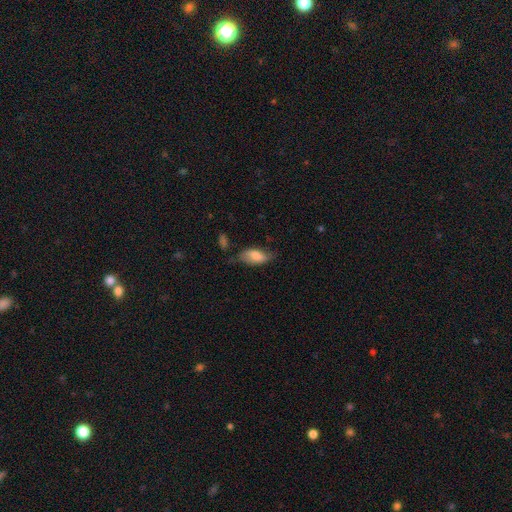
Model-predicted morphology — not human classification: This is likely a smooth galaxy (68%). How rounded: clearly in between (88%). Merging: possibly none (52%).